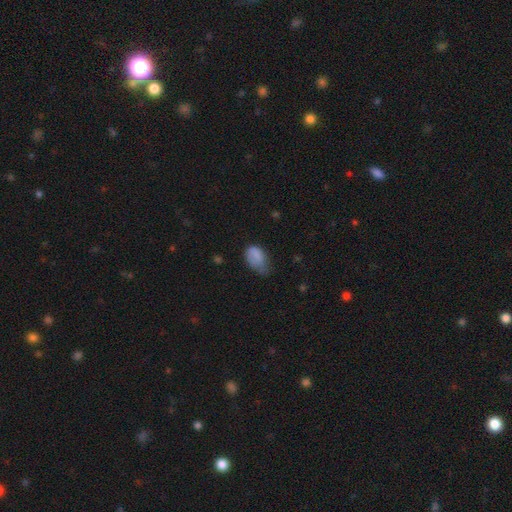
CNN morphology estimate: This is clearly a smooth galaxy (81%). How rounded: clearly in between (88%). Merging: possibly minor disturbance (46%).